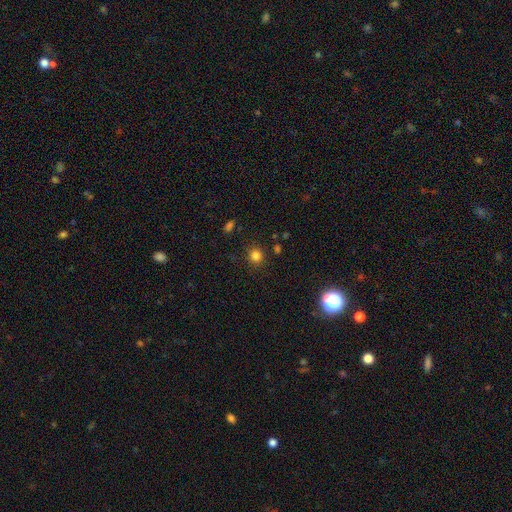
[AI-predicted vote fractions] This appears to be a smooth galaxy with no disk features (80%) that is round (91%). Merging: none (88%).